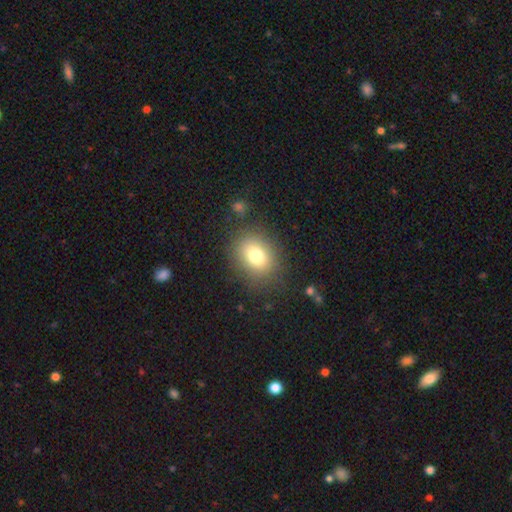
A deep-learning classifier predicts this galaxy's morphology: type=smooth (77%); roundness=in between (54%); merging=none (81%).